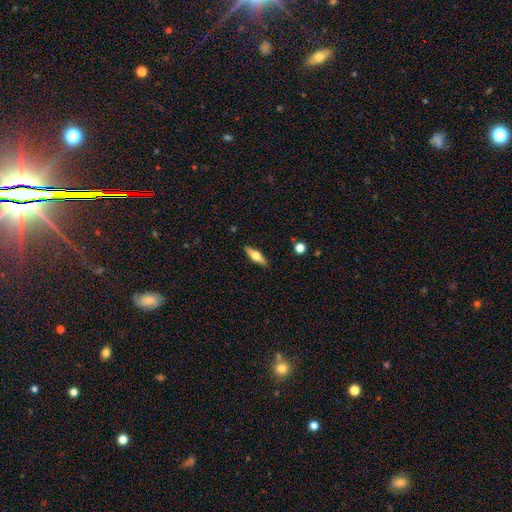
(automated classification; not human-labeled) Q: Smooth or featured?
A: featured or disk (51%); runner-up: smooth (43%)
Q: Edge-on disk?
A: yes (92%); runner-up: no (8%)
Q: Merging?
A: none (89%); runner-up: minor disturbance (8%)